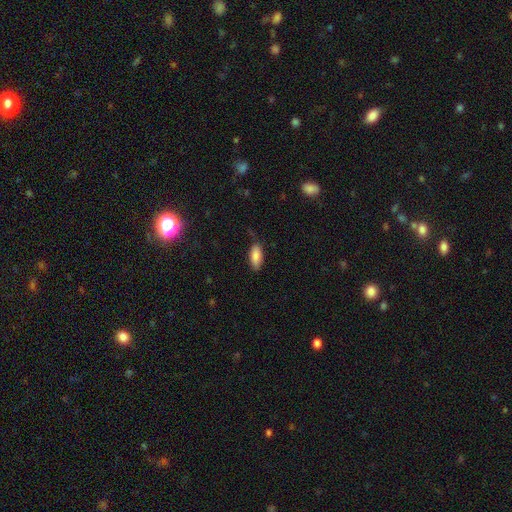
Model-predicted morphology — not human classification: This is clearly a smooth galaxy (85%). How rounded: clearly in between (83%). Merging: likely none (77%).